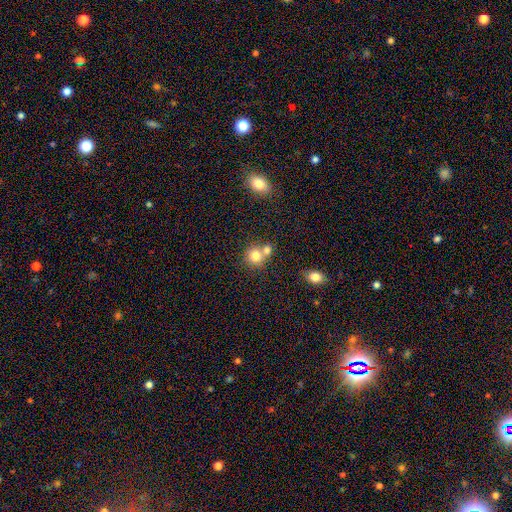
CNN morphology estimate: Smooth or featured?
  - smooth: 79% *
  - star or artifact: 11%
  - featured or disk: 10%
How rounded?
  - round: 85% *
  - in between: 14%
  - cigar-shaped: 1%
Merging?
  - none: 47% *
  - merger: 43%
  - minor disturbance: 7%
  - major disturbance: 3%